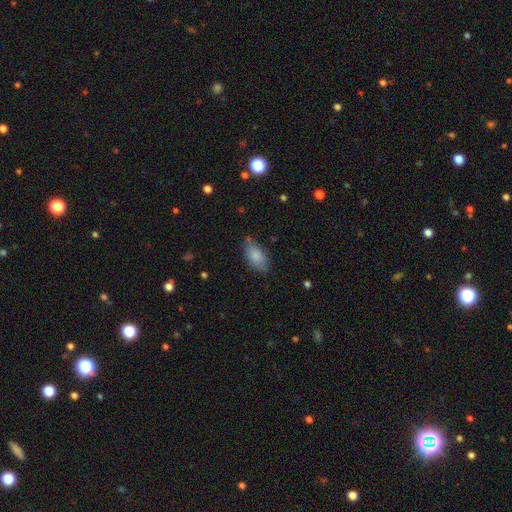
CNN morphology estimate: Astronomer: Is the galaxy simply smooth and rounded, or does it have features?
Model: smooth — 84%.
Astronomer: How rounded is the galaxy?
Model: in between — 92%.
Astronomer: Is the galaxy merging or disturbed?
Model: none — 71%.